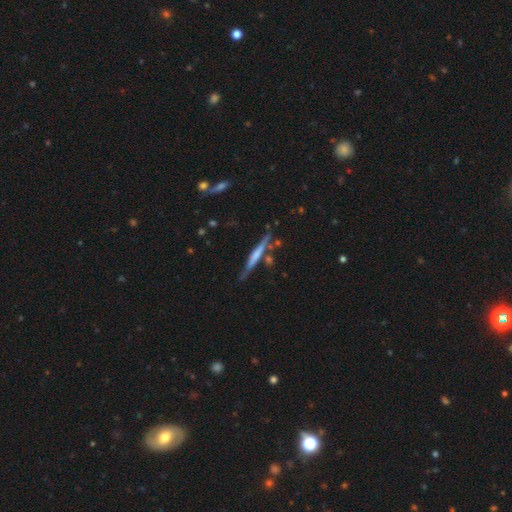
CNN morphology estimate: This is possibly a featured or disk galaxy (55%). It is clearly viewed edge-on (95%). Edge-on bulge: likely none (62%). Merging: likely none (78%).